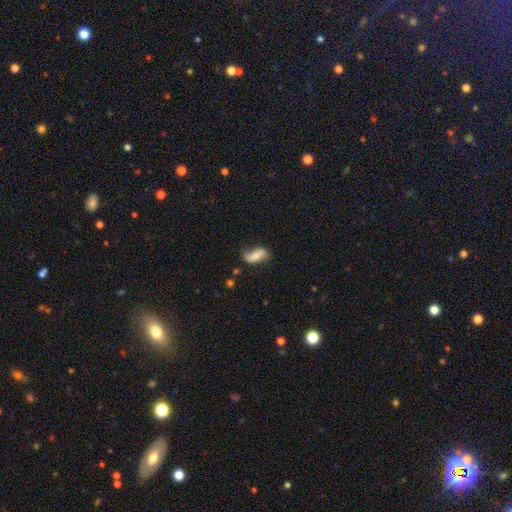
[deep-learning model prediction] smooth-or-featured: smooth: 53% | featured or disk: 39% | star or artifact: 8%
  how-rounded: in between: 83% | cigar-shaped: 13% | round: 4%
  merging: none: 56% | minor disturbance: 29% | major disturbance: 12% | merger: 3%